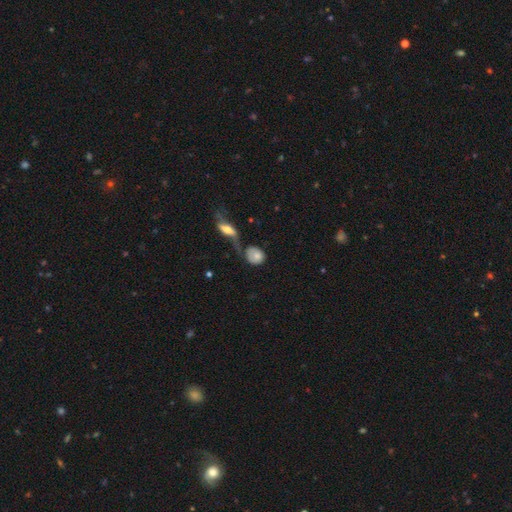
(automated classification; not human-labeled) Q: Smooth or featured?
A: smooth (73%); runner-up: featured or disk (19%)
Q: How rounded?
A: round (61%); runner-up: in between (36%)
Q: Merging?
A: none (32%); runner-up: merger (28%)